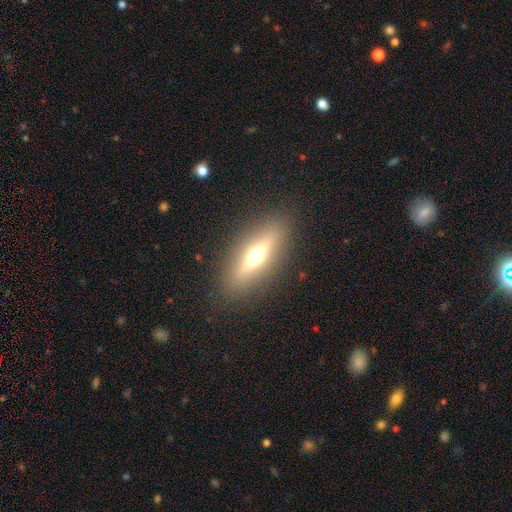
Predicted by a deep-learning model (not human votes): Smooth or featured? featured or disk (54%)
Edge-on disk? yes (83%)
Merging? none (87%)